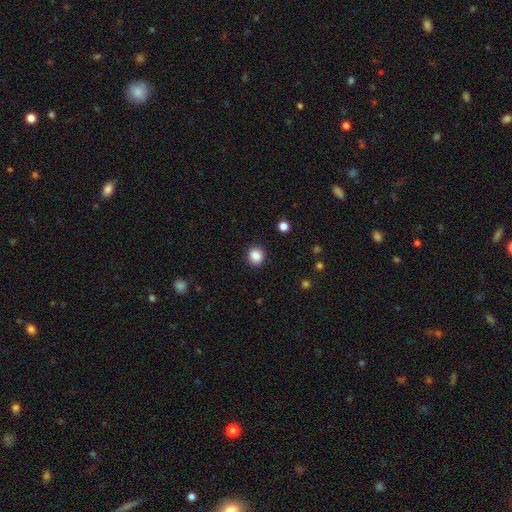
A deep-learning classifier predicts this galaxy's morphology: A smooth galaxy with no disk features (87%) that is round (82%). Merging: none (90%).